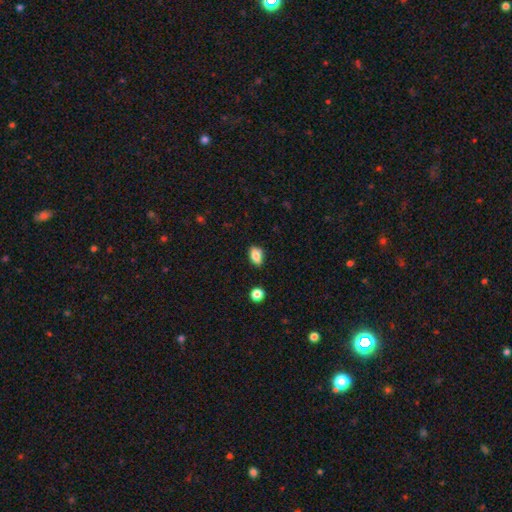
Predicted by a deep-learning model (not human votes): This appears to be a smooth galaxy with no disk features (79%) that is in between round and cigar-shaped (83%). Merging: none (78%).